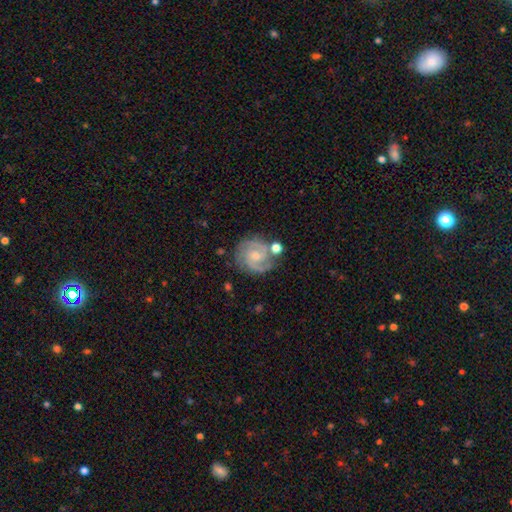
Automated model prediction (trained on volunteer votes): This is clearly a featured or disk galaxy (88%). It is clearly not viewed edge-on (98%). Bar: possibly no (57%). Spiral arm pattern: clearly yes (98%). Spiral arm count: likely 2 (75%). Spiral winding: possibly tight (48%). Central bulge: likely small (61%). Merging: likely none (72%).